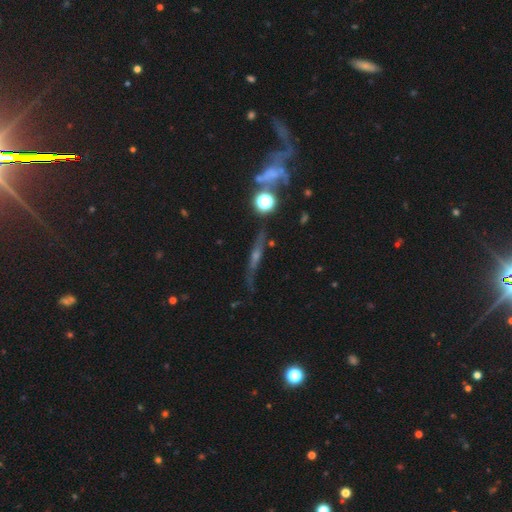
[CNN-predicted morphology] Q: Smooth or featured?
A: featured or disk (61%); runner-up: star or artifact (20%)
Q: Edge-on disk?
A: yes (82%); runner-up: no (18%)
Q: Merging?
A: none (66%); runner-up: minor disturbance (17%)